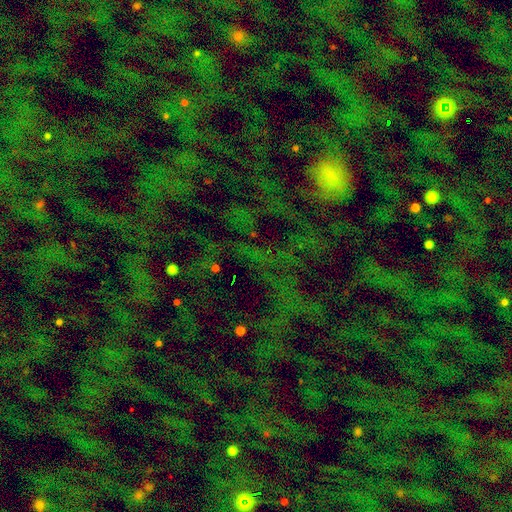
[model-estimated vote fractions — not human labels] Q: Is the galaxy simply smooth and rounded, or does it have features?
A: star or artifact — 70%.